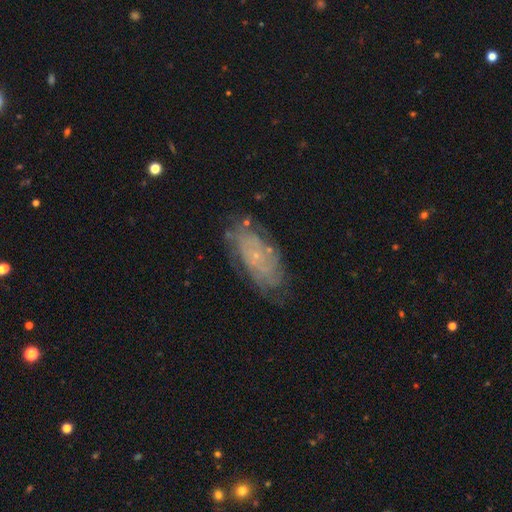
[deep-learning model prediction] smooth-or-featured: featured or disk: 65% | smooth: 25% | star or artifact: 10%
  disk-edge-on: no: 91% | yes: 9%
    bar: no: 81% | weak: 16% | strong: 3%
    has-spiral-arms: yes: 73% | no: 27%
    bulge-size: small: 76% | none: 12% | moderate: 9% | large: 1% | dominant: 1%
  merging: none: 72% | minor disturbance: 19% | major disturbance: 7% | merger: 2%